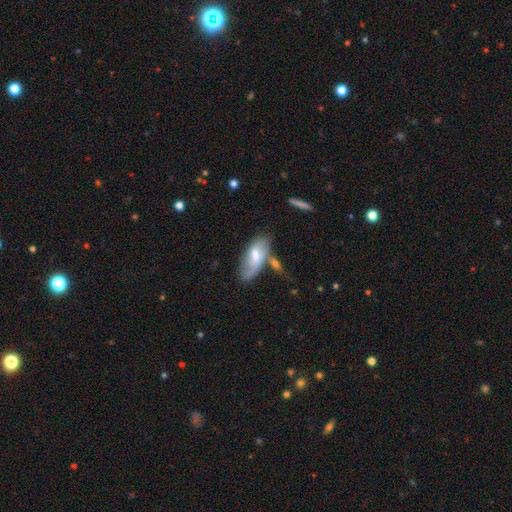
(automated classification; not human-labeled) This is possibly a smooth galaxy (58%). How rounded: clearly in between (87%). Merging: possibly none (49%).